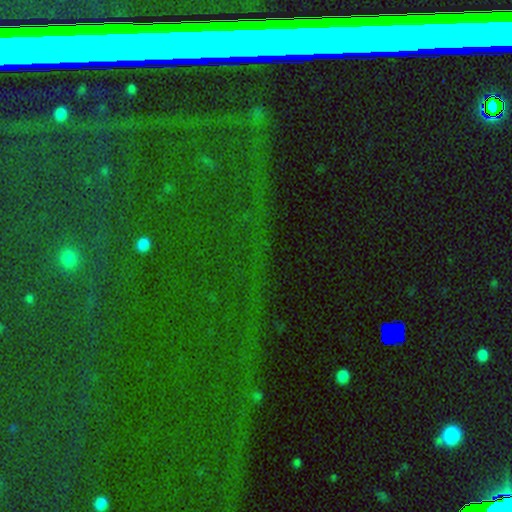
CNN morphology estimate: type=star or artifact (79%).